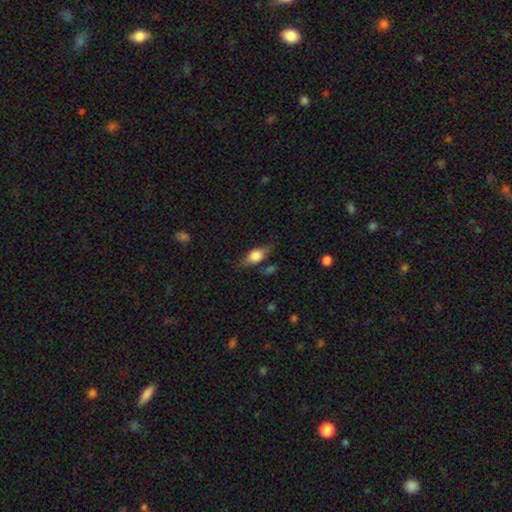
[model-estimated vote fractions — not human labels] Q: Smooth or featured?
A: smooth (68%); runner-up: featured or disk (24%)
Q: How rounded?
A: in between (79%); runner-up: cigar-shaped (14%)
Q: Merging?
A: none (70%); runner-up: minor disturbance (20%)